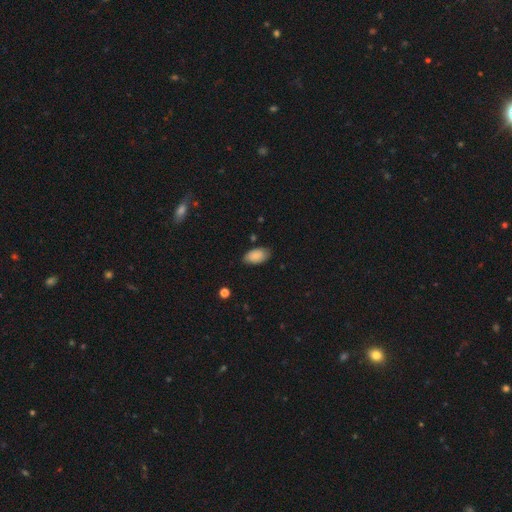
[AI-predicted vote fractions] Smooth or featured: smooth — 86% (featured or disk — 7%)
How rounded: in between — 94% (round — 4%)
Merging: none — 77% (minor disturbance — 18%)